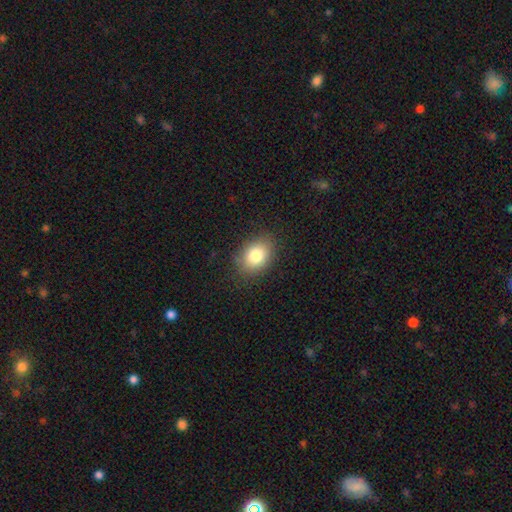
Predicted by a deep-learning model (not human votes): Q: Smooth or featured?
A: smooth (81%); runner-up: star or artifact (10%)
Q: How rounded?
A: in between (68%); runner-up: round (31%)
Q: Merging?
A: none (84%); runner-up: minor disturbance (12%)